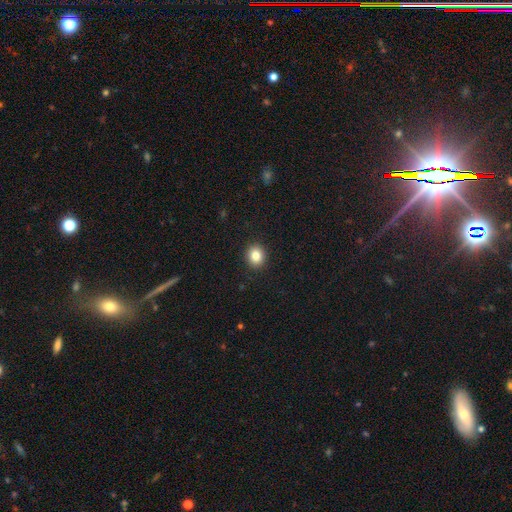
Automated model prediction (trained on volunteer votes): This is clearly a smooth galaxy (84%). How rounded: likely round (73%). Merging: clearly none (92%).